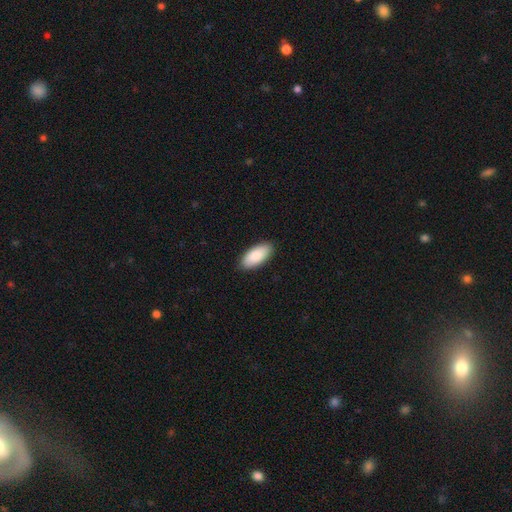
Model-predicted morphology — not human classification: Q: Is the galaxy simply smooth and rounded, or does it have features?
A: smooth — 88%.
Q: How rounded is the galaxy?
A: in between — 91%.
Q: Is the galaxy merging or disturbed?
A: none — 89%.